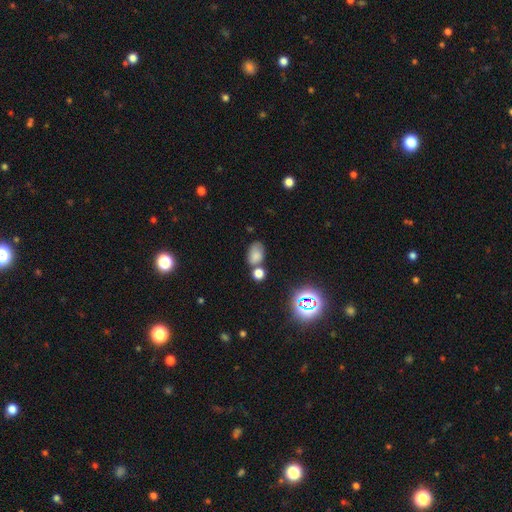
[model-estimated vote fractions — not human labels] Smooth or featured: smooth — 72% (star or artifact — 18%)
How rounded: in between — 84% (round — 15%)
Merging: none — 54% (merger — 22%)